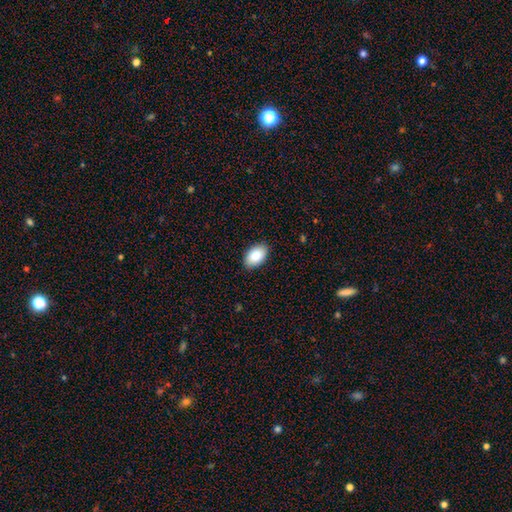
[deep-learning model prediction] Smooth or featured: smooth — 87% (featured or disk — 7%)
How rounded: in between — 93% (round — 6%)
Merging: none — 88% (minor disturbance — 9%)